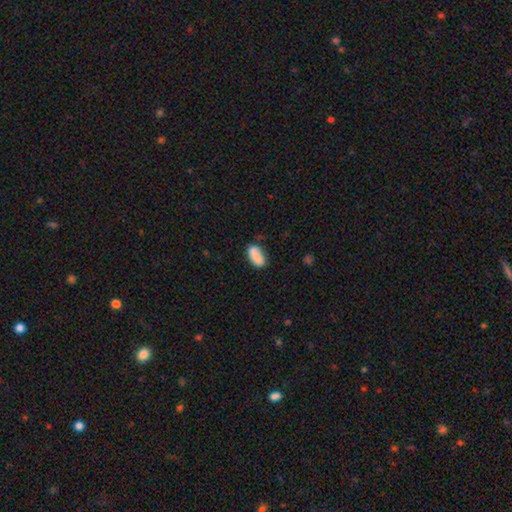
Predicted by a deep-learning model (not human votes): smooth-or-featured: smooth: 83% | featured or disk: 10% | star or artifact: 7%
  how-rounded: in between: 91% | round: 5% | cigar-shaped: 4%
  merging: none: 62% | minor disturbance: 24% | merger: 8% | major disturbance: 7%